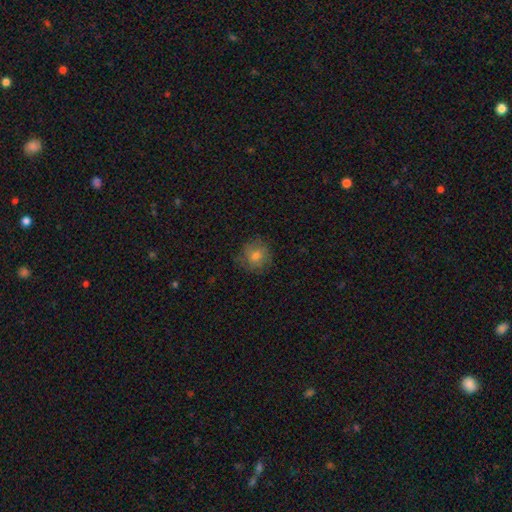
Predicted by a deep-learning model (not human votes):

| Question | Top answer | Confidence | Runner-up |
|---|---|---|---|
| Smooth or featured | smooth | 66% | featured or disk (23%) |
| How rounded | round | 86% | in between (13%) |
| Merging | none | 79% | minor disturbance (15%) |